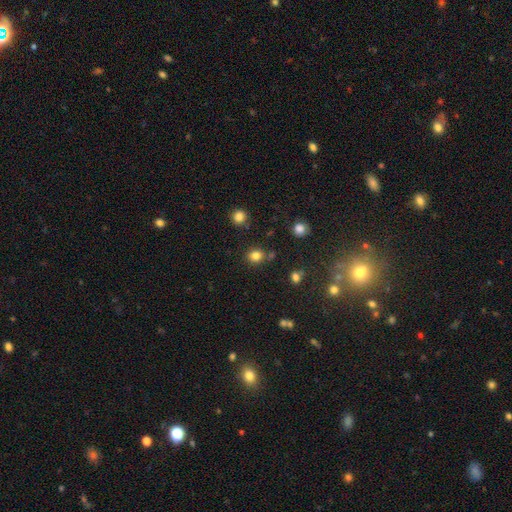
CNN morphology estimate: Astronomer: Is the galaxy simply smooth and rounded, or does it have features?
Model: smooth — 80%.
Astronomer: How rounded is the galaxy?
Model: round — 84%.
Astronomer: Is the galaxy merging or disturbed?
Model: none — 80%.